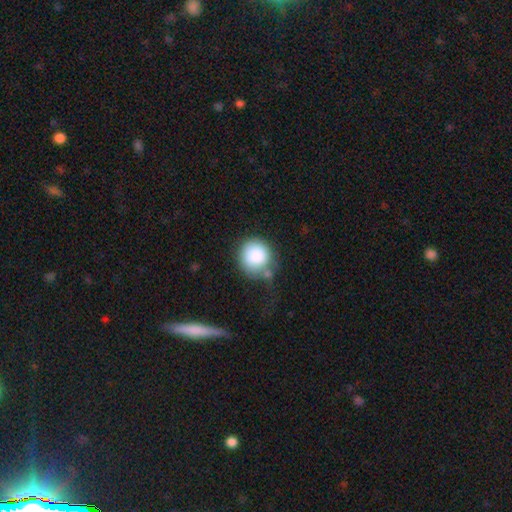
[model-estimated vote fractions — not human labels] The model was most divided on "merging": none: 53%, minor disturbance: 23%, major disturbance: 13%, merger: 12%. More confident: how rounded — round (89%); smooth or featured — smooth (85%).